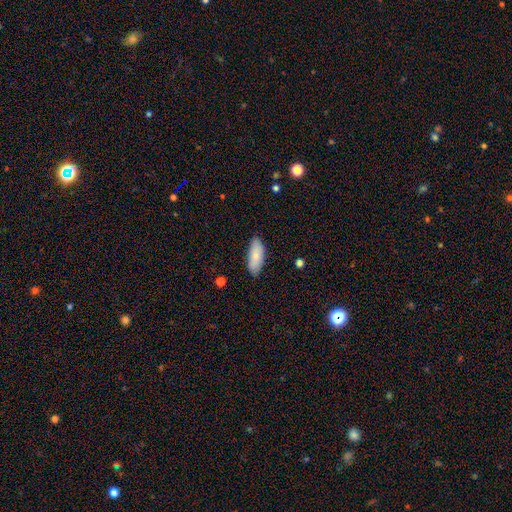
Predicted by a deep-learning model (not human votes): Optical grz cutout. It shows a smooth galaxy with no disk features (83%) that is in between round and cigar-shaped (82%). Merging: none (83%).